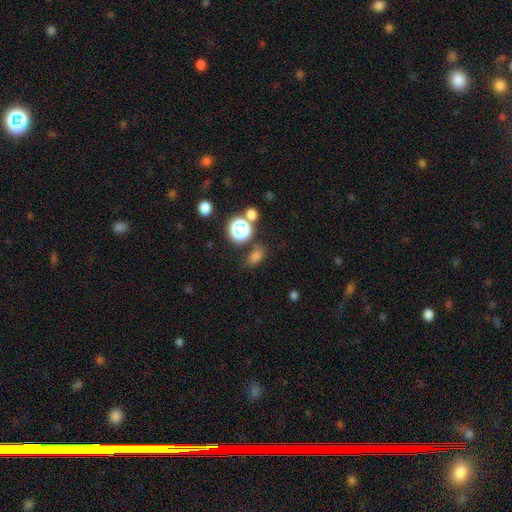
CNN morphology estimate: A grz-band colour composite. It shows a smooth galaxy with no disk features (71%) that is in between round and cigar-shaped (64%). Merging: none (69%).